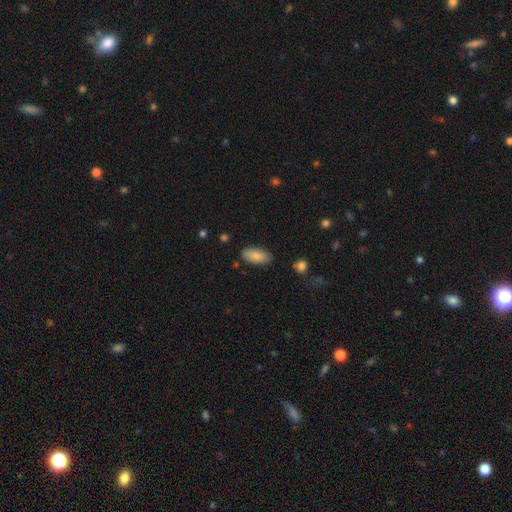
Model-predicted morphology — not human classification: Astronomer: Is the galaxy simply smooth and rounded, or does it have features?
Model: smooth — 86%.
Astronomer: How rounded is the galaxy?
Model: in between — 90%.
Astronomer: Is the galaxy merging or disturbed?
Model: none — 84%.